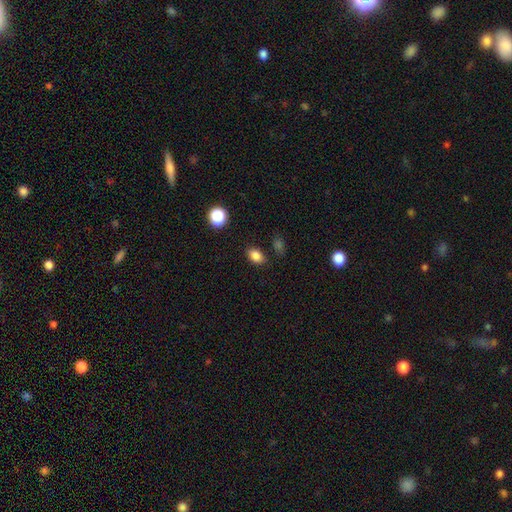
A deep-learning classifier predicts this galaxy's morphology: type=smooth (84%); roundness=in between (80%); merging=none (83%).